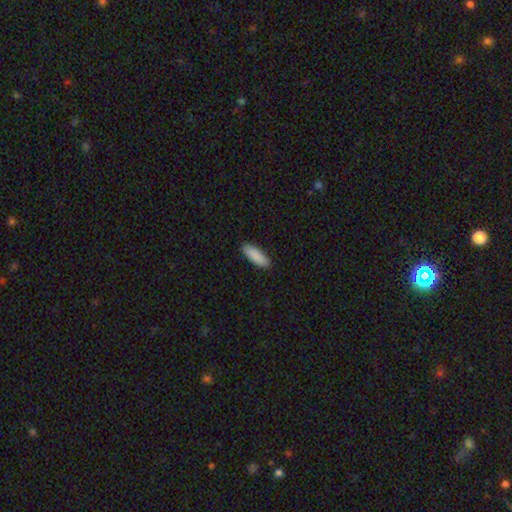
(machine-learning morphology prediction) The model was most divided on "how rounded": in between: 65%, cigar-shaped: 34%, round: 2%. More confident: smooth or featured — smooth (90%); merging — none (89%).